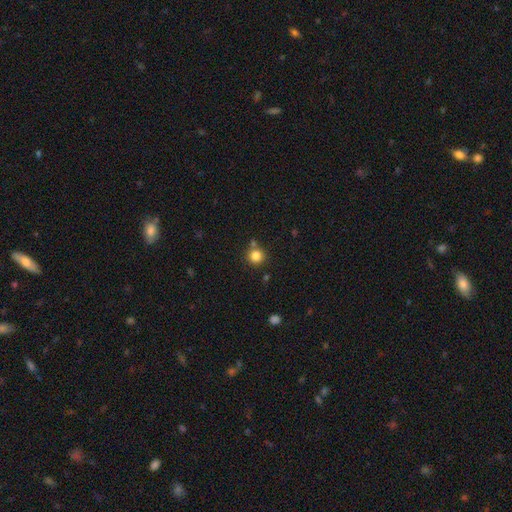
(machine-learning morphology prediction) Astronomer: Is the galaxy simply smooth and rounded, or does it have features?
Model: smooth — 82%.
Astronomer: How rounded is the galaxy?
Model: round — 93%.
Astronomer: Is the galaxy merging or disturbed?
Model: none — 76%.